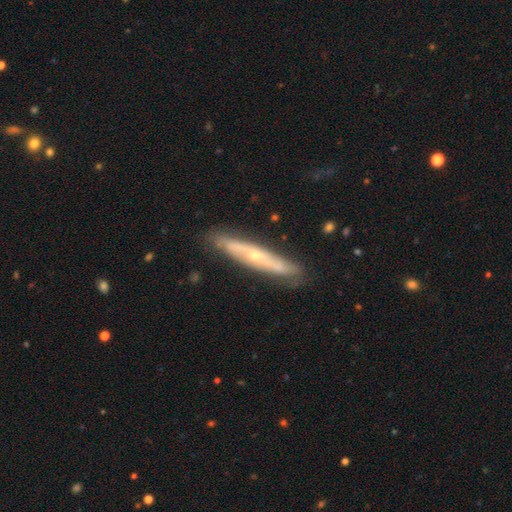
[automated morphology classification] Q: Smooth or featured?
A: featured or disk (69%); runner-up: smooth (25%)
Q: Edge-on disk?
A: yes (69%); runner-up: no (31%)
Q: Merging?
A: none (82%); runner-up: minor disturbance (14%)